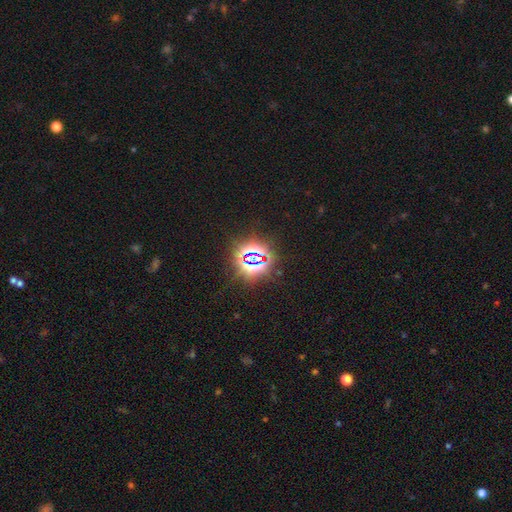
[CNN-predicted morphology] type=star or artifact (79%).